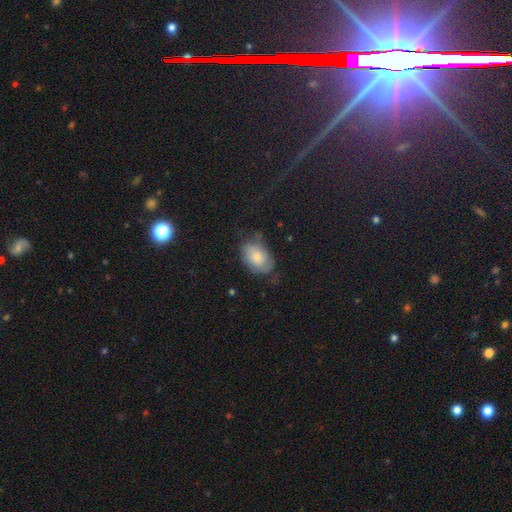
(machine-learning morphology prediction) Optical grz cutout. It shows a smooth galaxy with no disk features (56%) that is in between round and cigar-shaped (85%). Merging: none (54%).